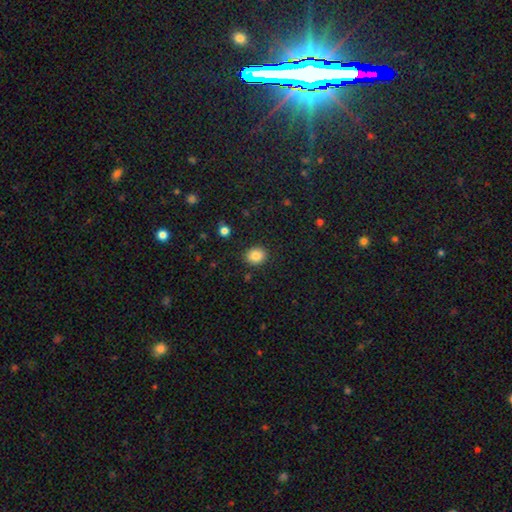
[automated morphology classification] Overall: smooth (84%). How rounded: round (70%; in between 30%). Merging: none (90%).